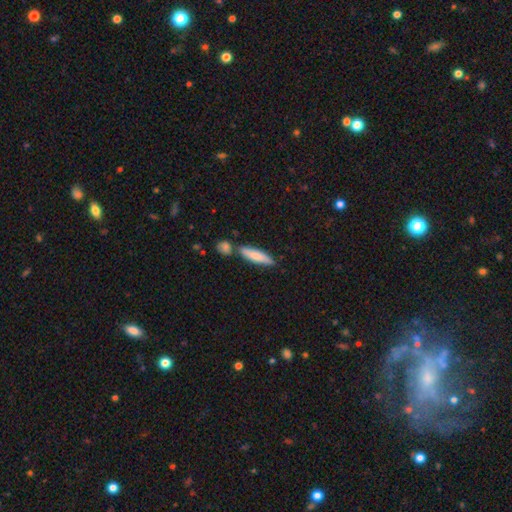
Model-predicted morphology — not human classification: This is likely a smooth galaxy (73%). How rounded: likely cigar-shaped (74%). Merging: likely none (65%).